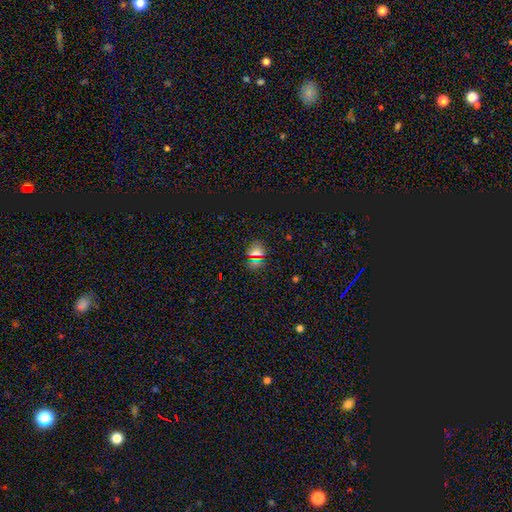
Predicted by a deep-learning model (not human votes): A smooth galaxy with no disk features (60%) that is round (66%). Merging: none (85%).